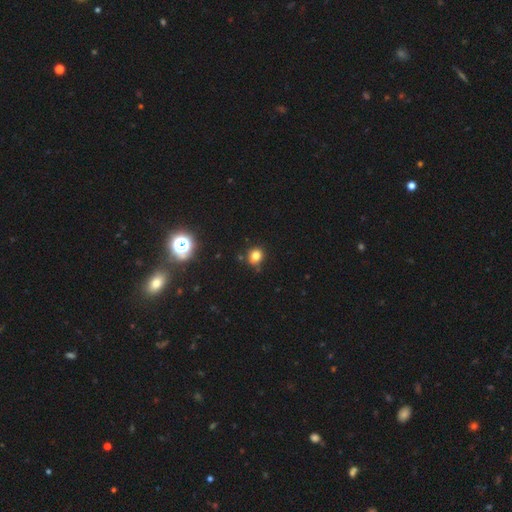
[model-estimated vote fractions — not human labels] Morphology: type=smooth (77%); roundness=round (78%); merging=none (76%).